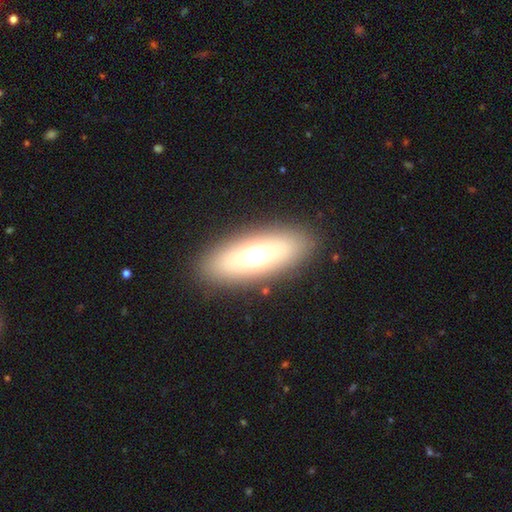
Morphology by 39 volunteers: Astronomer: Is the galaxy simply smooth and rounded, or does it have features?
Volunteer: smooth — 64%.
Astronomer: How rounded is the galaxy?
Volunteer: in between — 80%.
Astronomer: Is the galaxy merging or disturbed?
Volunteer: none — 89%.